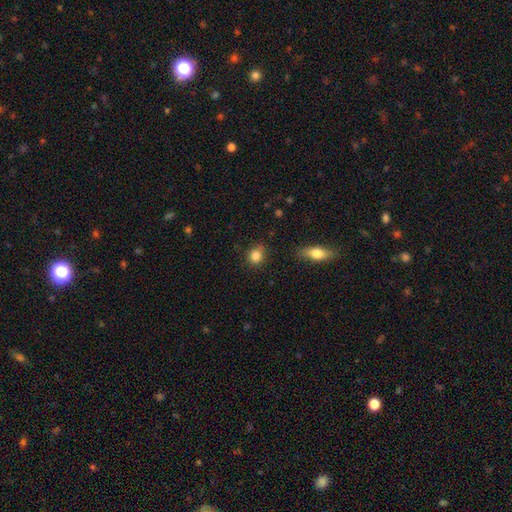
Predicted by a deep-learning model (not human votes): smooth-or-featured: smooth: 84% | star or artifact: 10% | featured or disk: 6%
  how-rounded: round: 79% | in between: 20% | cigar-shaped: 1%
  merging: none: 82% | minor disturbance: 13% | major disturbance: 3% | merger: 2%